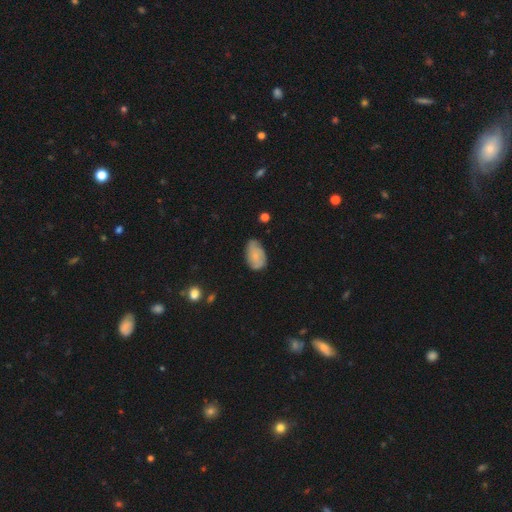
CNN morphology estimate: Smooth or featured?
  - smooth: 62% *
  - featured or disk: 31%
  - star or artifact: 7%
How rounded?
  - in between: 90% *
  - round: 8%
  - cigar-shaped: 2%
Merging?
  - none: 59% *
  - minor disturbance: 33%
  - major disturbance: 6%
  - merger: 2%